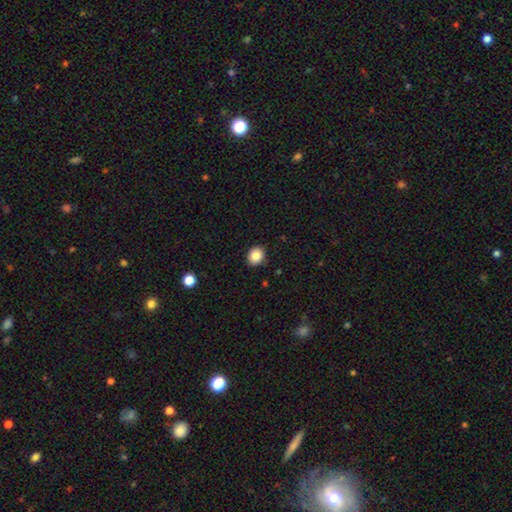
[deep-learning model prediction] A smooth galaxy with no disk features (86%) that is round (61%).

Vote fractions:
- Smooth or featured? smooth: 86% / star or artifact: 9% / featured or disk: 5%
- How rounded? round: 61% / in between: 39% / cigar-shaped: 1%
- Merging? none: 90% / minor disturbance: 7% / major disturbance: 2% / merger: 1%